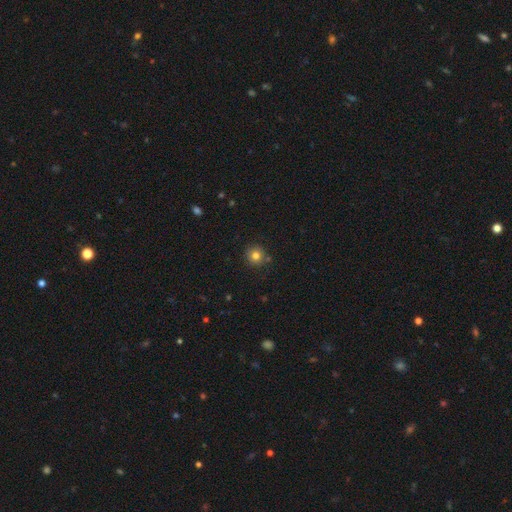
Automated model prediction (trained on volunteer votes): Smooth or featured?
  - smooth: 80% *
  - star or artifact: 13%
  - featured or disk: 7%
How rounded?
  - round: 93% *
  - in between: 6%
  - cigar-shaped: 1%
Merging?
  - none: 83% *
  - minor disturbance: 9%
  - merger: 5%
  - major disturbance: 2%